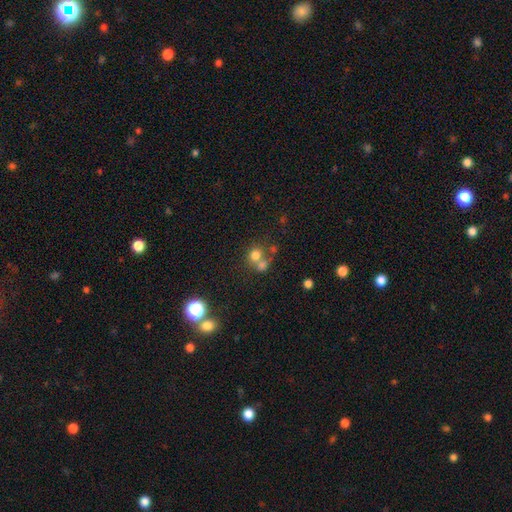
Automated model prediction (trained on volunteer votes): Smooth or featured? smooth (69%)
How rounded? round (75%)
Merging? merger (48%)